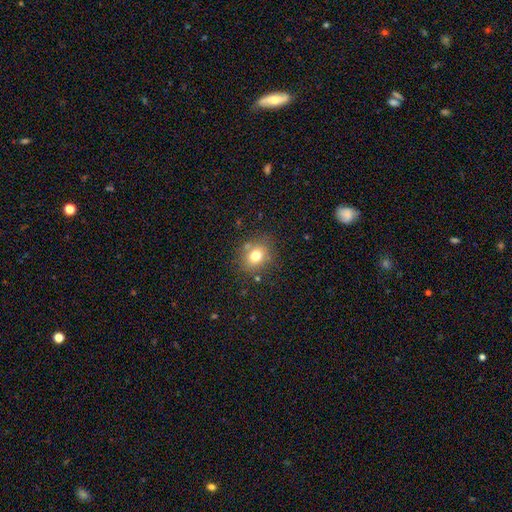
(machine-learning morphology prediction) smooth-or-featured: smooth: 74% | star or artifact: 14% | featured or disk: 12%
  how-rounded: round: 66% | in between: 33% | cigar-shaped: 1%
  merging: none: 78% | minor disturbance: 12% | merger: 6% | major disturbance: 4%